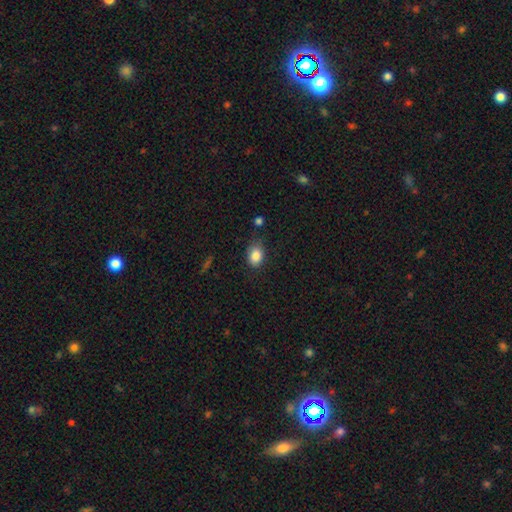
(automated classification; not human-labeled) A smooth galaxy with no disk features (85%) that is in between round and cigar-shaped (69%).

Vote fractions:
- Smooth or featured? smooth: 85% / star or artifact: 9% / featured or disk: 6%
- How rounded? in between: 69% / round: 30% / cigar-shaped: 1%
- Merging? none: 69% / minor disturbance: 22% / major disturbance: 5% / merger: 3%